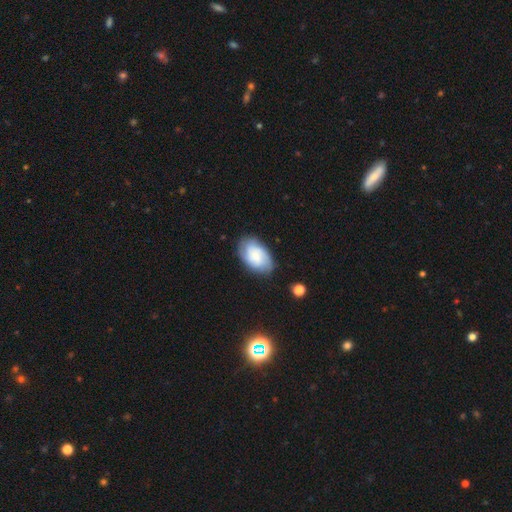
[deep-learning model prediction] smooth-or-featured: featured or disk: 46% (tied) | smooth: 46% (tied) | star or artifact: 8%
  merging: none: 76% | minor disturbance: 18% | major disturbance: 5% | merger: 2%